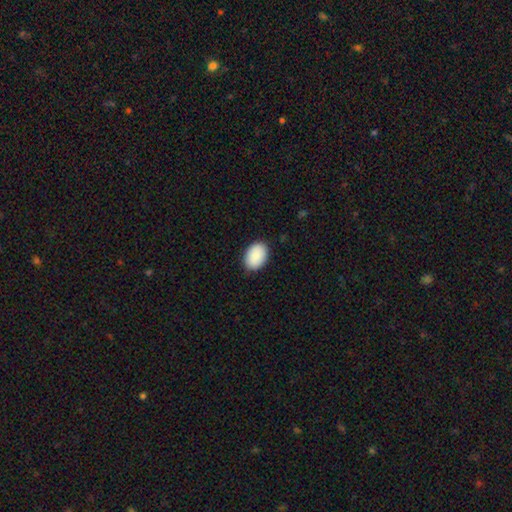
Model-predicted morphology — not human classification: This appears to be a smooth galaxy with no disk features (91%) that is in between round and cigar-shaped (86%). Merging: none (88%).